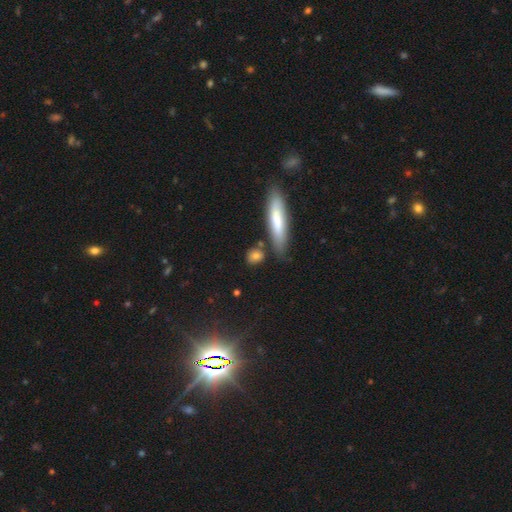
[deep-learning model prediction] Morphology: type=smooth (78%); roundness=round (38%); merging=none (75%).